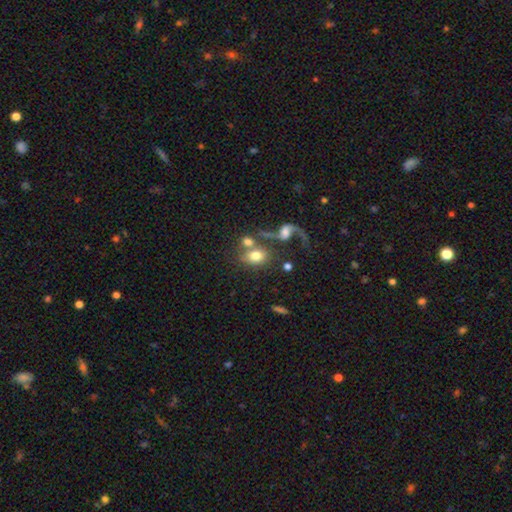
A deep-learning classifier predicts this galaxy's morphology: smooth_or_featured: smooth (p=0.65) [alt: featured or disk p=0.25]
how_rounded: in between (p=0.63) [alt: round p=0.35]
merging: none (p=0.41) [alt: merger p=0.36]